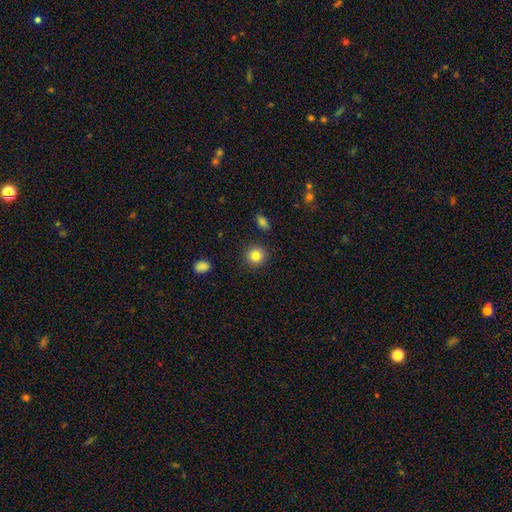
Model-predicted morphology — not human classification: Smooth or featured? smooth (83%)
How rounded? round (92%)
Merging? none (90%)